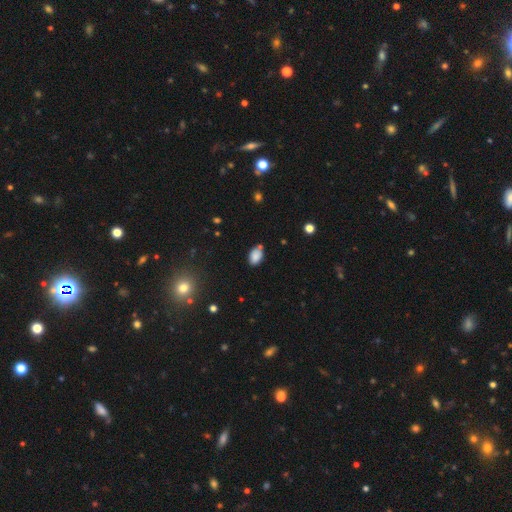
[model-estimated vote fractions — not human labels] Smooth or featured? Predicted: smooth (p=0.84). How rounded? Predicted: in between (p=0.89). Merging? Predicted: none (p=0.66).